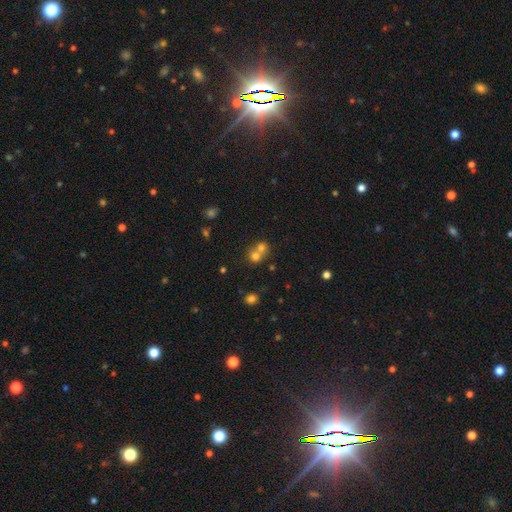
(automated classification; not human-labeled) Smooth or featured?
  - smooth: 71% *
  - featured or disk: 15%
  - star or artifact: 14%
How rounded?
  - round: 79% *
  - in between: 20%
  - cigar-shaped: 1%
Merging?
  - merger: 61% *
  - none: 32%
  - minor disturbance: 4%
  - major disturbance: 2%